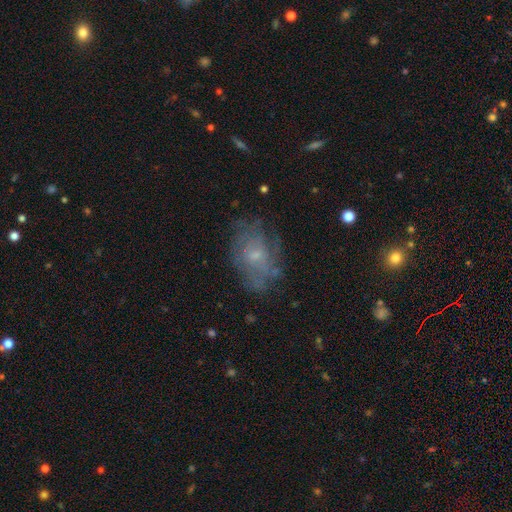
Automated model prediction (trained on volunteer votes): Overall: featured or disk (51%; smooth 38%). Edge-on disk: no (95%). Merging: none (62%; minor disturbance 22%).